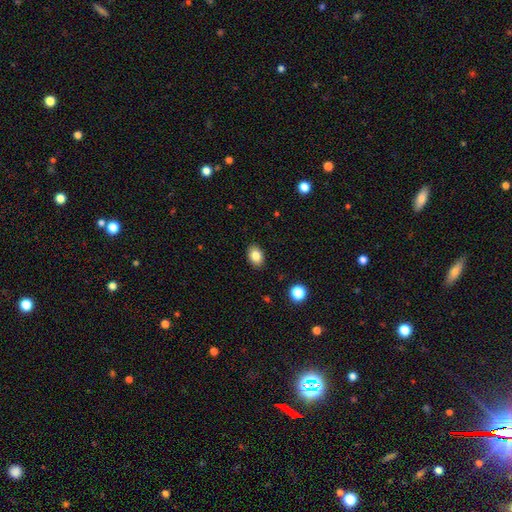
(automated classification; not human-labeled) This appears to be a smooth galaxy with no disk features (84%) that is in between round and cigar-shaped (76%). Merging: none (89%).